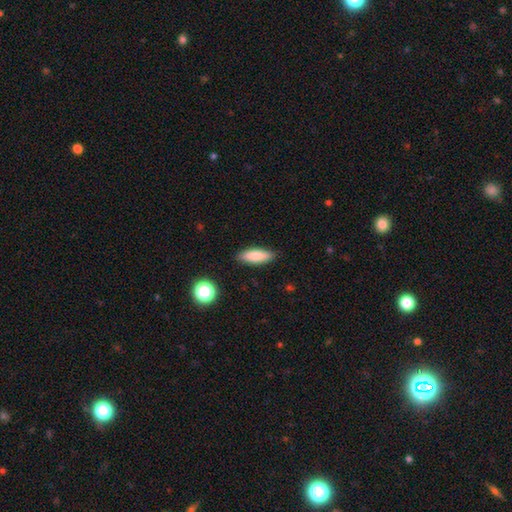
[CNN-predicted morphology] type=smooth (83%); roundness=in between (61%); merging=none (87%).